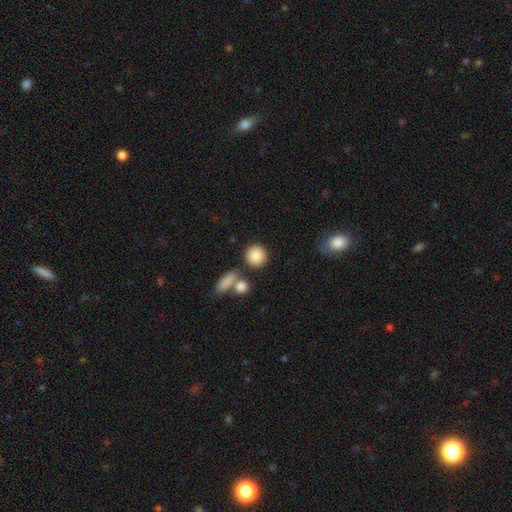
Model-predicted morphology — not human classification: smooth_or_featured: smooth (p=0.86) [alt: star or artifact p=0.08]
how_rounded: round (p=0.89) [alt: in between p=0.09]
merging: none (p=0.77) [alt: merger p=0.11]